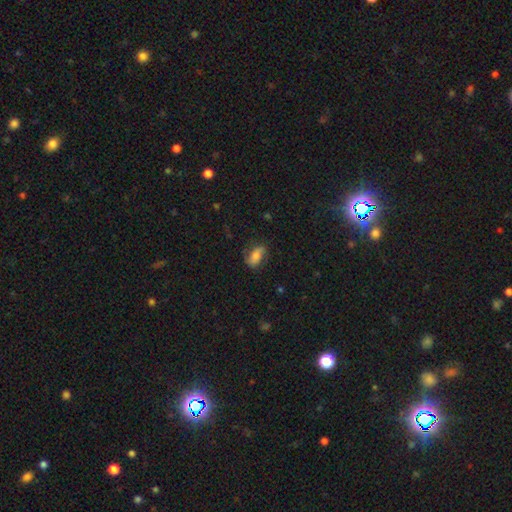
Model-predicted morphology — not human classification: Smooth or featured? Predicted: smooth (p=0.53). How rounded? Predicted: in between (p=0.85). Merging? Predicted: none (p=0.65).